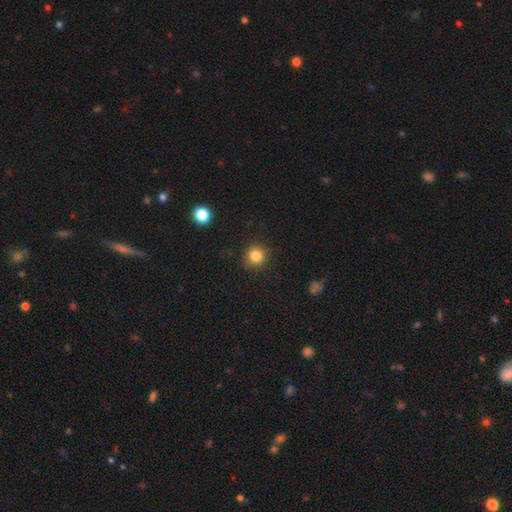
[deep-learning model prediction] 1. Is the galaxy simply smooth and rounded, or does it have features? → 84% smooth, 11% star or artifact, 5% featured or disk.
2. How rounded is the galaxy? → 94% round, 5% in between, 1% cigar-shaped.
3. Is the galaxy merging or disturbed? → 89% none, 7% minor disturbance, 2% major disturbance, 1% merger.